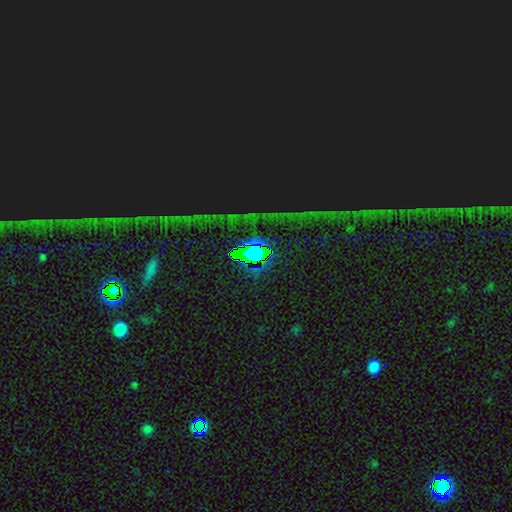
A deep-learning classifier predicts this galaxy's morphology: A star or artifact, not a galaxy (79%).

Vote fractions:
- Smooth or featured? star or artifact: 79% / smooth: 11% / featured or disk: 10%